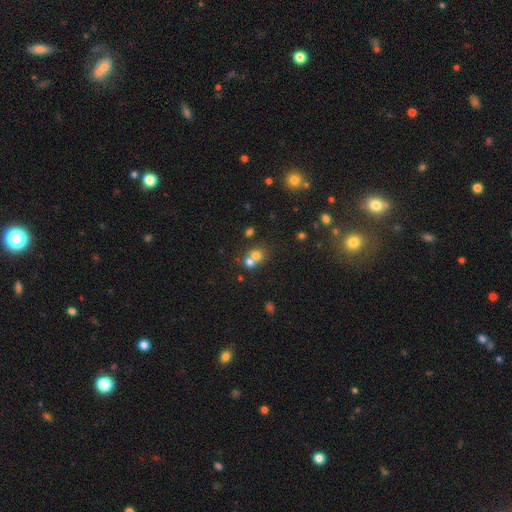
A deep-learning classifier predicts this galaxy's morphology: Smooth or featured: smooth — 68% (star or artifact — 17%)
How rounded: round — 79% (in between — 20%)
Merging: merger — 56% (none — 36%)